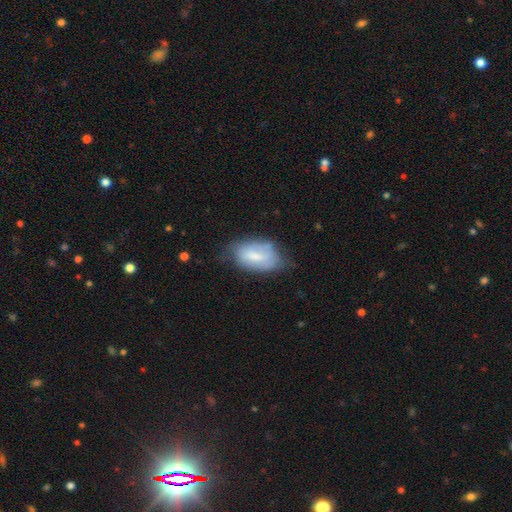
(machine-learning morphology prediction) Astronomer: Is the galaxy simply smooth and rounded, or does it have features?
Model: smooth — 58% (runner-up: featured or disk, 34%).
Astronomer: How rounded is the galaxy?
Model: in between — 92%.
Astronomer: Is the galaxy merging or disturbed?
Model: none — 46% (runner-up: minor disturbance, 38%).